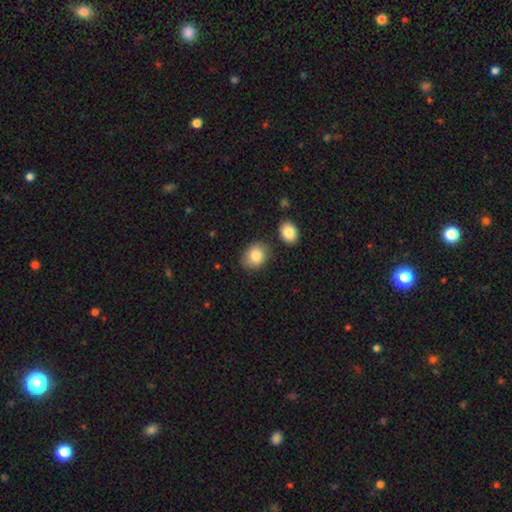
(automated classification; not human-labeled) Q: Smooth or featured?
A: smooth (84%); runner-up: star or artifact (8%)
Q: How rounded?
A: round (52%); runner-up: in between (47%)
Q: Merging?
A: none (79%); runner-up: minor disturbance (12%)